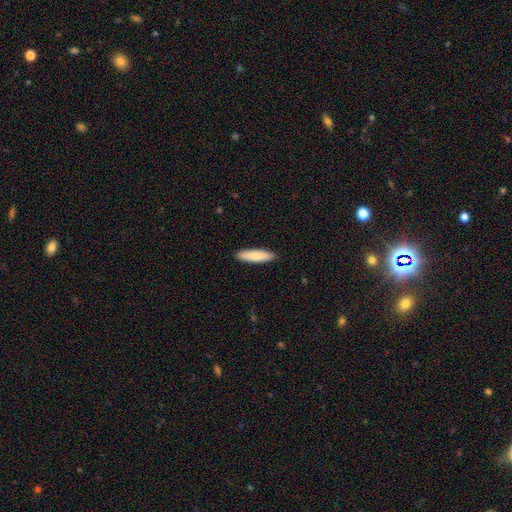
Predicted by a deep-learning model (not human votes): This appears to be a smooth galaxy with no disk features (76%) that is cigar-shaped (76%). Merging: none (91%).